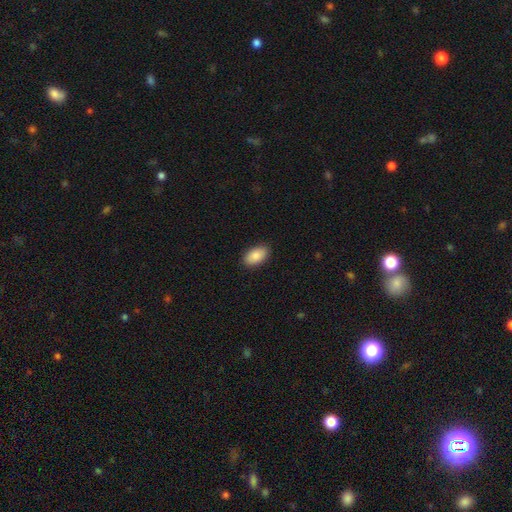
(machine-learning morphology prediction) smooth_or_featured: smooth (p=0.87) [alt: featured or disk p=0.07]
how_rounded: in between (p=0.93) [alt: round p=0.04]
merging: none (p=0.88) [alt: minor disturbance p=0.09]